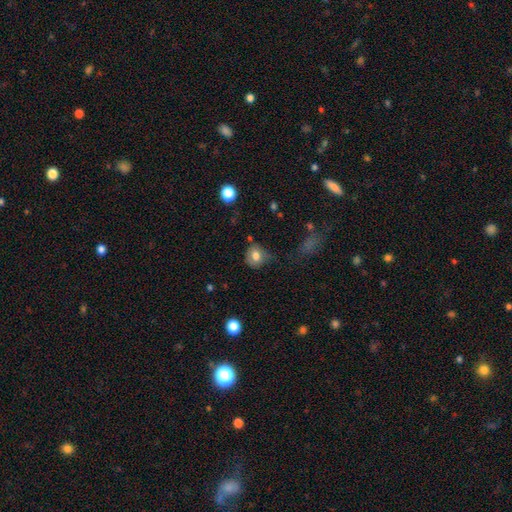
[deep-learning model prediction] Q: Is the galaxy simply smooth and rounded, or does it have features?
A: smooth — 75%.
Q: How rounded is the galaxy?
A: round — 70%.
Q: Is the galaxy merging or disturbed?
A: none — 56%.